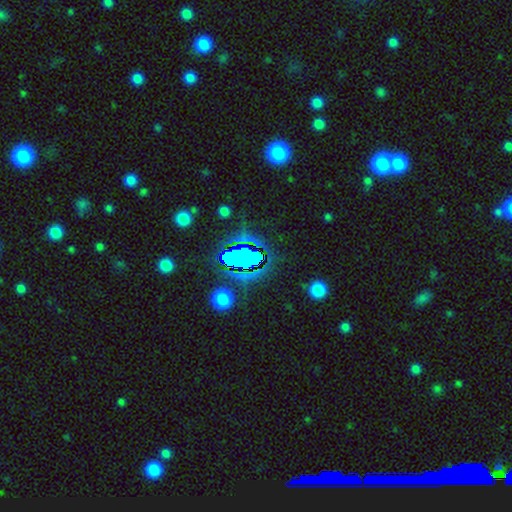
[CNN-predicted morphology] Smooth or featured? star or artifact (78%)